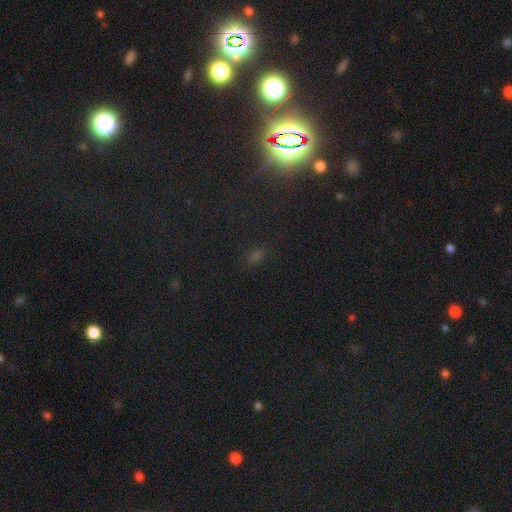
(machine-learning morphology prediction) The model was most divided on "smooth or featured": star or artifact: 62%, smooth: 30%, featured or disk: 8%.